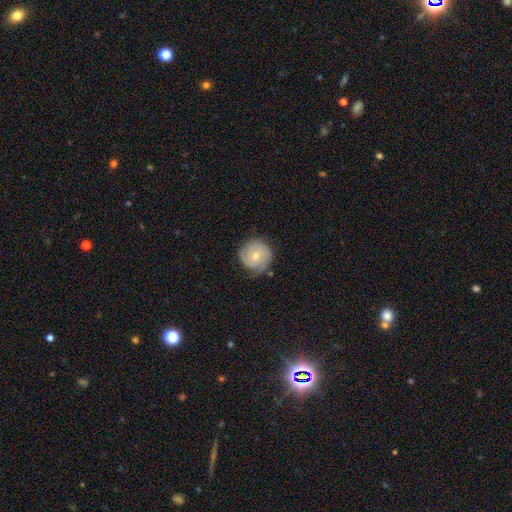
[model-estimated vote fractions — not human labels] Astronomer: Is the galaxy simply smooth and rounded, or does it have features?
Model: featured or disk — 66%.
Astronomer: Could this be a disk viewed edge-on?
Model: no — 98%.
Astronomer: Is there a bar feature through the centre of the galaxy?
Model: no — 73%.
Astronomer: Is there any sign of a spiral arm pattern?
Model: yes — 93%.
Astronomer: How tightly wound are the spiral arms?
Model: tight — 67%.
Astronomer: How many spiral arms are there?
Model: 2 — 32% (runner-up: 3, 28%).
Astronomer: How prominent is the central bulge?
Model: small — 53% (runner-up: moderate, 43%).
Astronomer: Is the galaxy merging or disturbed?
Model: none — 73%.